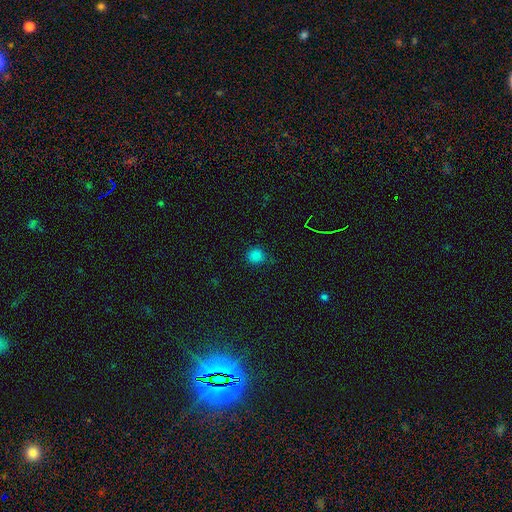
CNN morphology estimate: Smooth or featured: smooth — 79% (star or artifact — 17%)
How rounded: round — 85% (in between — 14%)
Merging: none — 76% (minor disturbance — 18%)